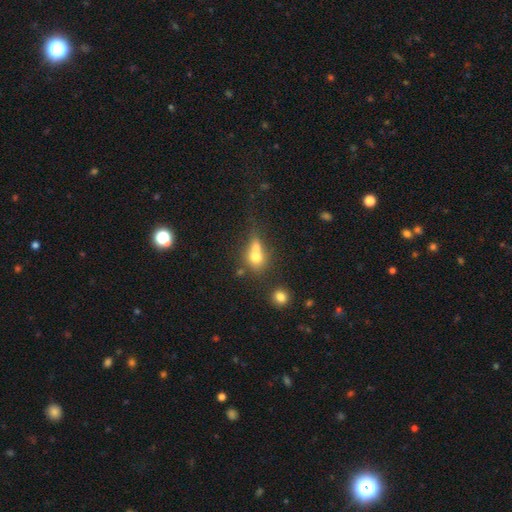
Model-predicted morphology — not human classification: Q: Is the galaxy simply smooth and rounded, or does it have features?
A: smooth — 65%.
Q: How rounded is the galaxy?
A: round — 60%.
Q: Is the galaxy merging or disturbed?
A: merger — 52%.